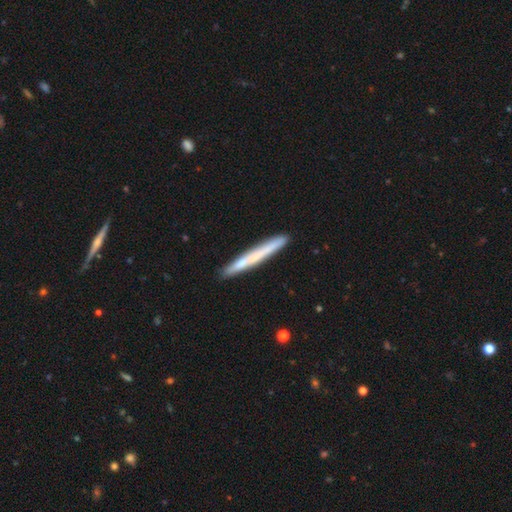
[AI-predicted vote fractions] Smooth or featured?
  - smooth: 57% *
  - featured or disk: 37%
  - star or artifact: 6%
How rounded?
  - cigar-shaped: 97% *
  - in between: 2%
  - round: 1%
Merging?
  - none: 89% *
  - minor disturbance: 8%
  - merger: 2%
  - major disturbance: 1%